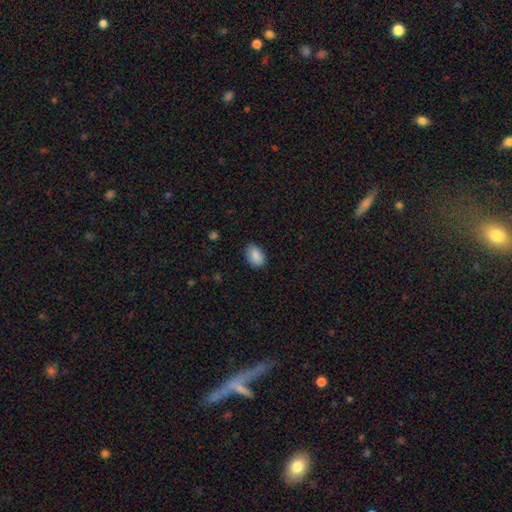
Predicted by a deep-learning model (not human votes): Smooth or featured: smooth — 88% (star or artifact — 7%)
How rounded: in between — 89% (round — 9%)
Merging: none — 83% (minor disturbance — 13%)